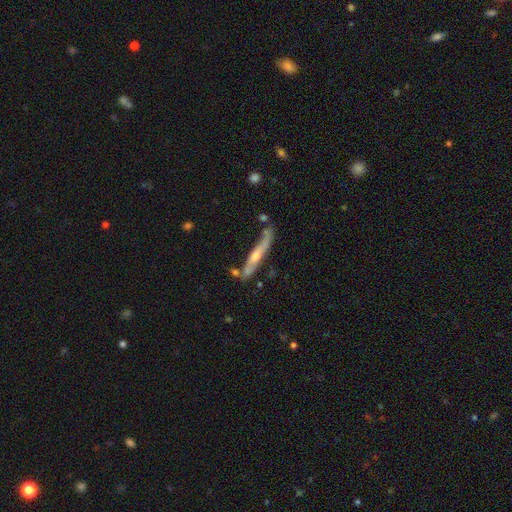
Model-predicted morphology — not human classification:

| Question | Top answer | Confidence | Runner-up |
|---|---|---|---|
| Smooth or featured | featured or disk | 63% | smooth (31%) |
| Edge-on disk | yes | 85% | no (15%) |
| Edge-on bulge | rounded | 71% | none (23%) |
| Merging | none | 61% | minor disturbance (23%) |